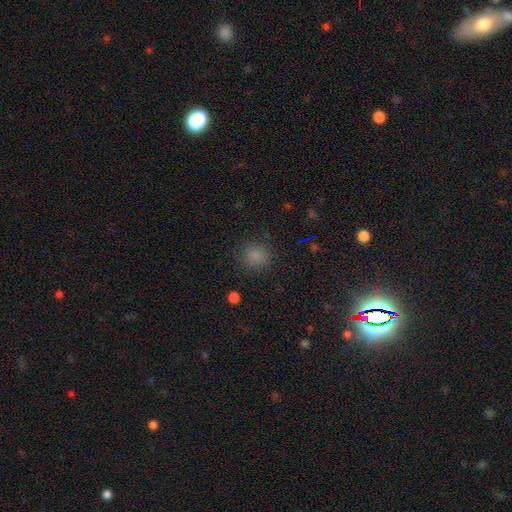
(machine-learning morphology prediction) A smooth galaxy with no disk features (81%) that is round (82%). Merging: none (85%).